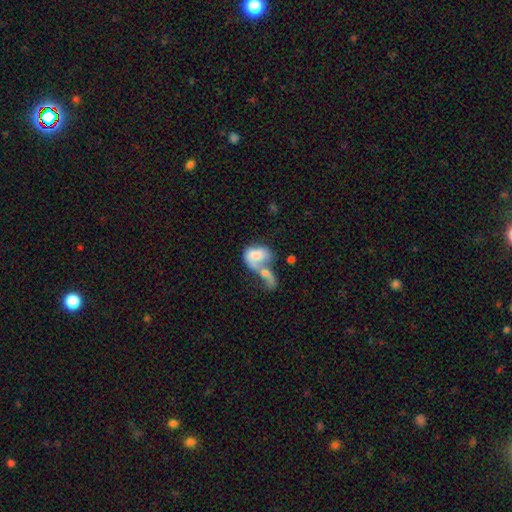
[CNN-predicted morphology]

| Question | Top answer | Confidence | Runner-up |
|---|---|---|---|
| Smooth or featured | smooth | 57% | featured or disk (34%) |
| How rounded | in between | 81% | round (16%) |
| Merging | merger | 71% | major disturbance (14%) |